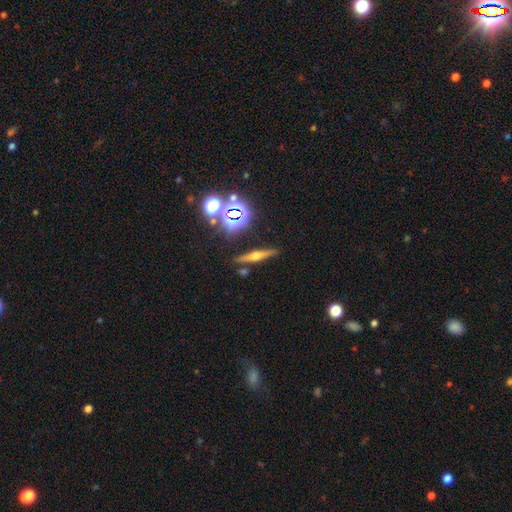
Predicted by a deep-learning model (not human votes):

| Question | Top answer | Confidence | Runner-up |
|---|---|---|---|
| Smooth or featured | featured or disk | 58% | smooth (26%) |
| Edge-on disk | yes | 94% | no (6%) |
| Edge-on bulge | rounded | 91% | boxy (5%) |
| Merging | none | 86% | minor disturbance (8%) |